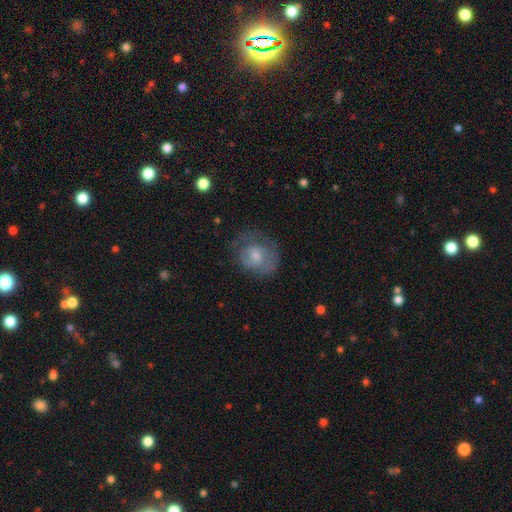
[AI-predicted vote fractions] Smooth or featured? smooth (48%)
Merging? none (57%)